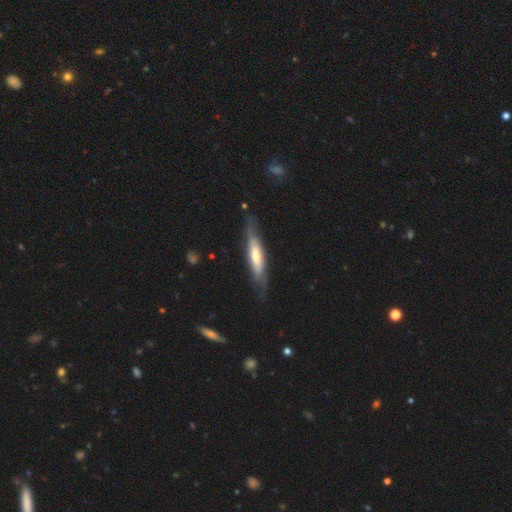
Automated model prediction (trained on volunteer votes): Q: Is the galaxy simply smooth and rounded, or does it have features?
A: featured or disk — 61%.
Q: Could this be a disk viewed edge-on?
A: yes — 66%.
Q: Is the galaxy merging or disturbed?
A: none — 73%.